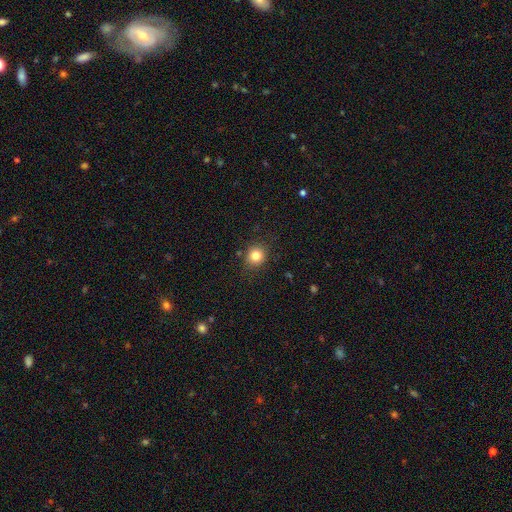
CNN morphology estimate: This is clearly a smooth galaxy (82%). How rounded: clearly round (85%). Merging: clearly none (84%).